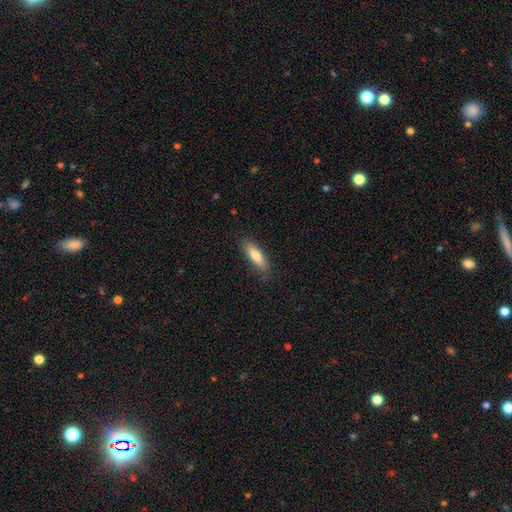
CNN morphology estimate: smooth-or-featured: smooth: 74% | featured or disk: 20% | star or artifact: 6%
  how-rounded: cigar-shaped: 56% | in between: 42% | round: 2%
  merging: none: 85% | minor disturbance: 11% | major disturbance: 2% | merger: 1%